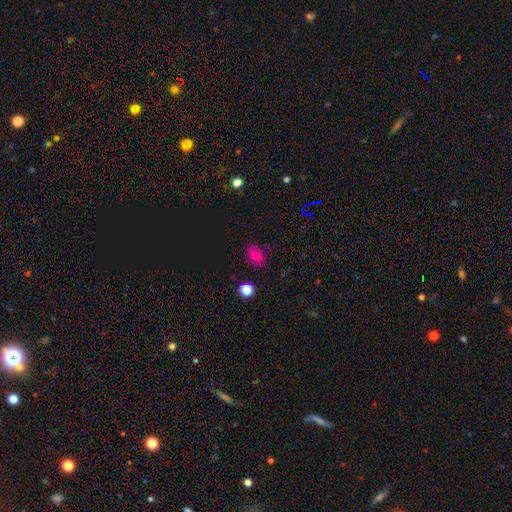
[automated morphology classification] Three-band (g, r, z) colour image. It shows a smooth galaxy with no disk features (71%) that is in between round and cigar-shaped (69%). Merging: none (82%).